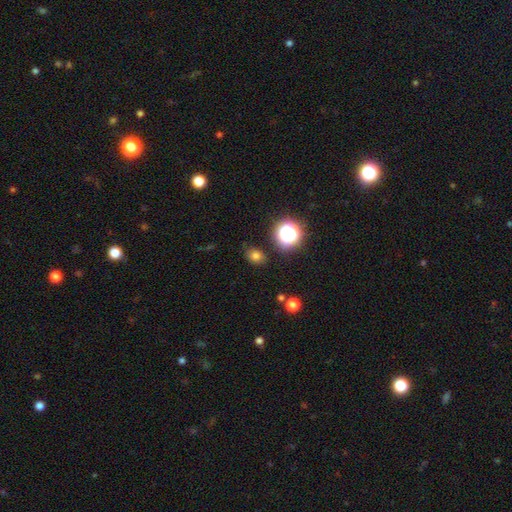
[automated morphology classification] Smooth or featured?
  - smooth: 75% *
  - star or artifact: 18%
  - featured or disk: 7%
How rounded?
  - in between: 55% *
  - round: 44%
  - cigar-shaped: 1%
Merging?
  - none: 82% *
  - minor disturbance: 12%
  - major disturbance: 3%
  - merger: 2%